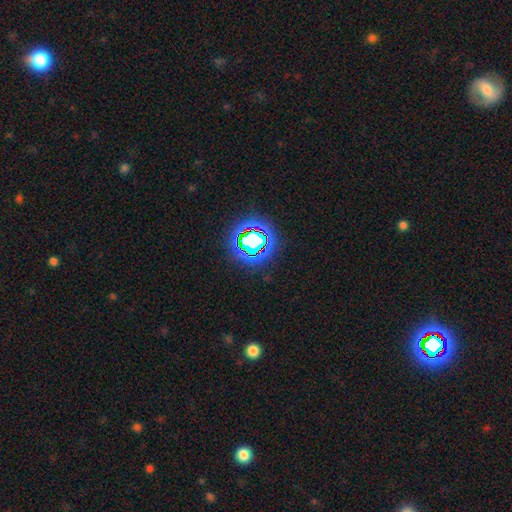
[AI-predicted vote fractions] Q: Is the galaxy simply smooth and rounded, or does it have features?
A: star or artifact — 80%.